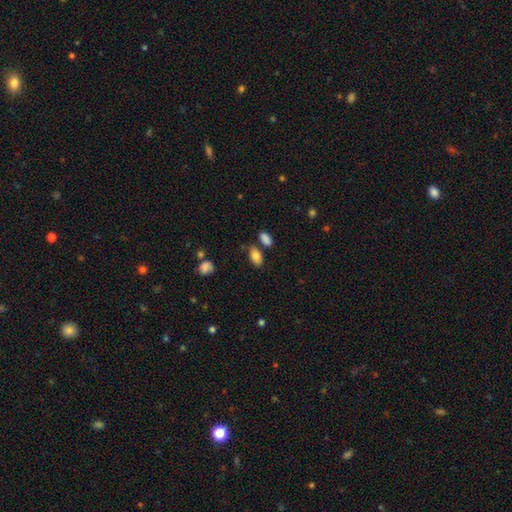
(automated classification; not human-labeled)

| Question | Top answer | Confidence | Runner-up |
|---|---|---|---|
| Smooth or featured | smooth | 85% | star or artifact (8%) |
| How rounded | in between | 92% | round (5%) |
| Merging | none | 70% | minor disturbance (13%) |